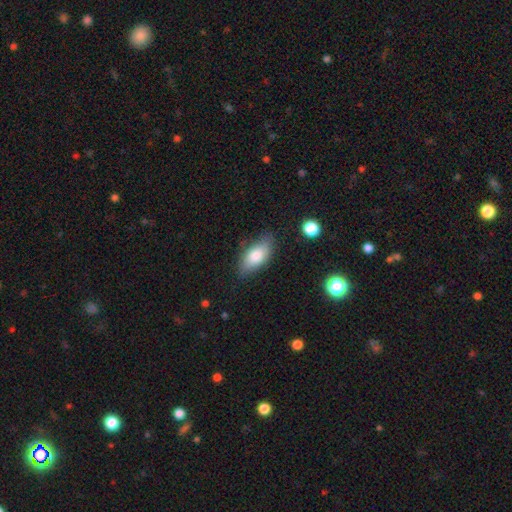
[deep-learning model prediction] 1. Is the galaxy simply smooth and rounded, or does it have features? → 80% smooth, 13% featured or disk, 7% star or artifact.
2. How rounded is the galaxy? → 89% in between, 8% cigar-shaped, 3% round.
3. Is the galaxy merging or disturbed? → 76% none, 18% minor disturbance, 4% major disturbance, 2% merger.